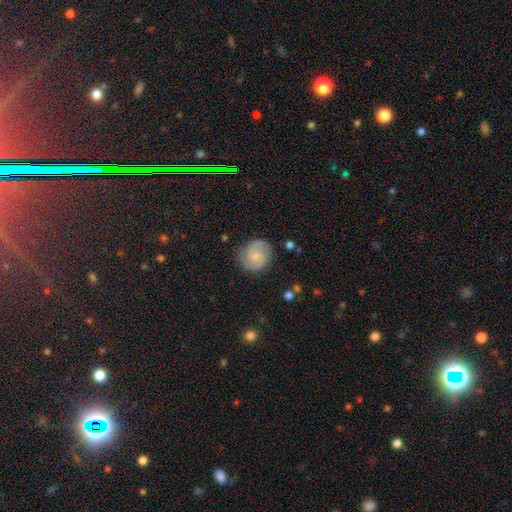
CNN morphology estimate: smooth_or_featured: featured or disk (p=0.61) [alt: smooth p=0.31]
disk_edge_on: no (p=0.98) [alt: yes p=0.02]
bar: no (p=0.70) [alt: weak p=0.27]
has_spiral_arms: yes (p=0.92) [alt: no p=0.08]
spiral_winding: tight (p=0.43) [tied with: medium p=0.43]
spiral_arm_count: 2 (p=0.76) [alt: can't tell p=0.11]
bulge_size: small (p=0.67) [alt: moderate p=0.20]
merging: none (p=0.79) [alt: minor disturbance p=0.15]